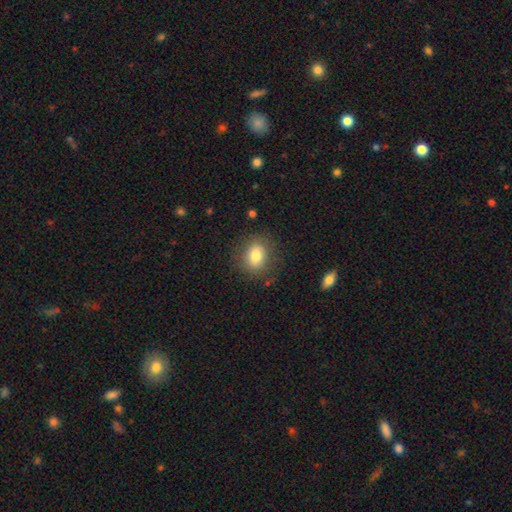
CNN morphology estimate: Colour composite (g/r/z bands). It shows a smooth galaxy with no disk features (79%) that is round (50%). Merging: none (82%).